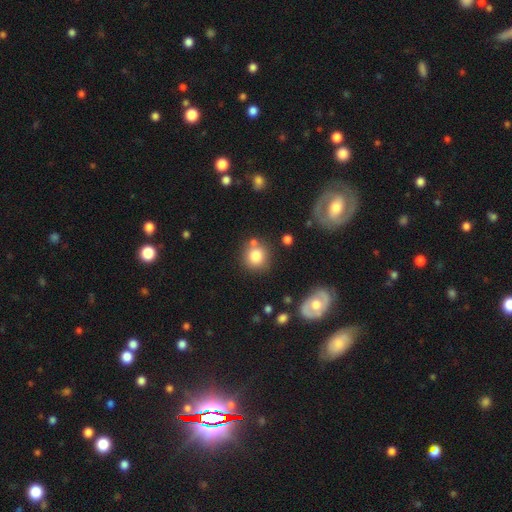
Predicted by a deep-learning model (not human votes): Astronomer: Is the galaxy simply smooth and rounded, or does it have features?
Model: smooth — 81%.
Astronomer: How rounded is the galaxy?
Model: round — 88%.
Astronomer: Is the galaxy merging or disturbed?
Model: none — 72%.